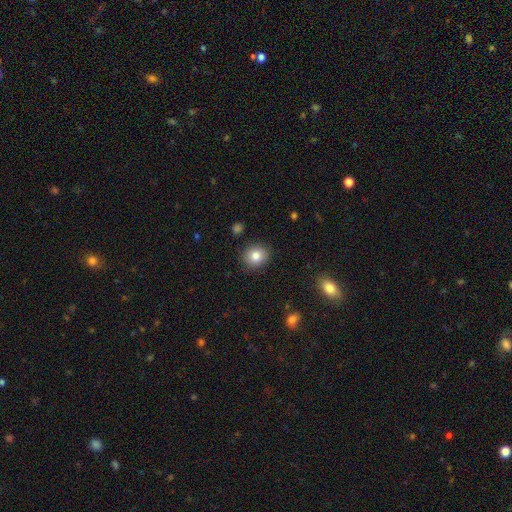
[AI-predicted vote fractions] Q: Smooth or featured?
A: smooth (82%); runner-up: star or artifact (9%)
Q: How rounded?
A: round (78%); runner-up: in between (21%)
Q: Merging?
A: none (89%); runner-up: minor disturbance (8%)